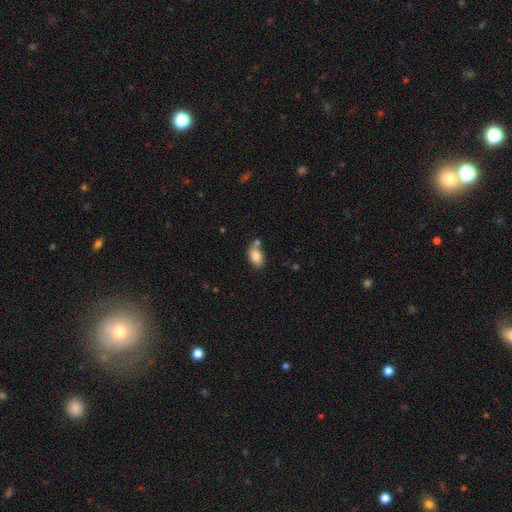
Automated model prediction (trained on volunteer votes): The model was most divided on "merging": none: 57%, merger: 22%, minor disturbance: 17%, major disturbance: 5%. More confident: how rounded — in between (89%); smooth or featured — smooth (85%).